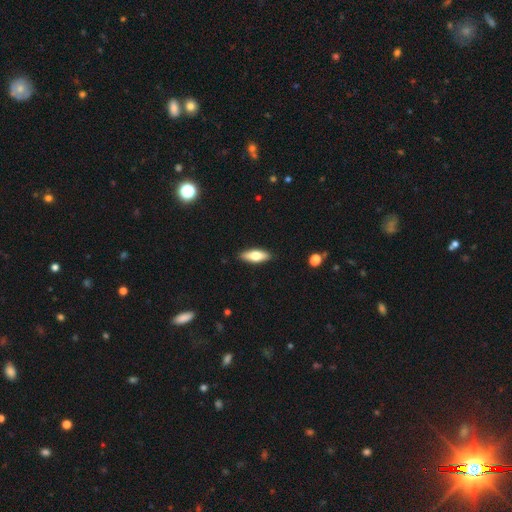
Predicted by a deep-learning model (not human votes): Smooth or featured: smooth — 67% (featured or disk — 27%)
How rounded: in between — 66% (cigar-shaped — 32%)
Merging: none — 89% (minor disturbance — 9%)